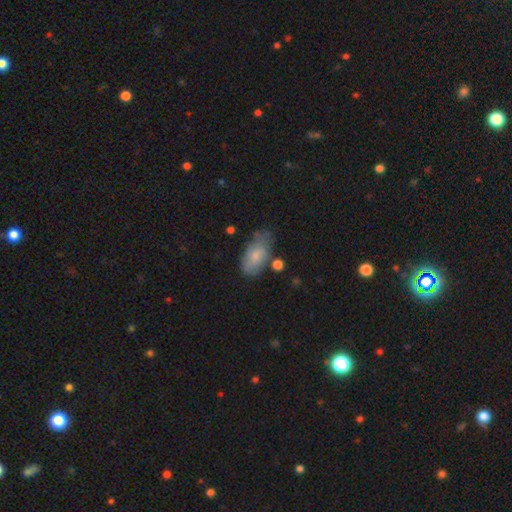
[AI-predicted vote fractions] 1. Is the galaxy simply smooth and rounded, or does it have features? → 72% smooth, 22% featured or disk, 7% star or artifact.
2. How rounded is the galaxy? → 92% in between, 4% cigar-shaped, 4% round.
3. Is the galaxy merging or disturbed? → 55% none, 30% minor disturbance, 9% major disturbance, 6% merger.